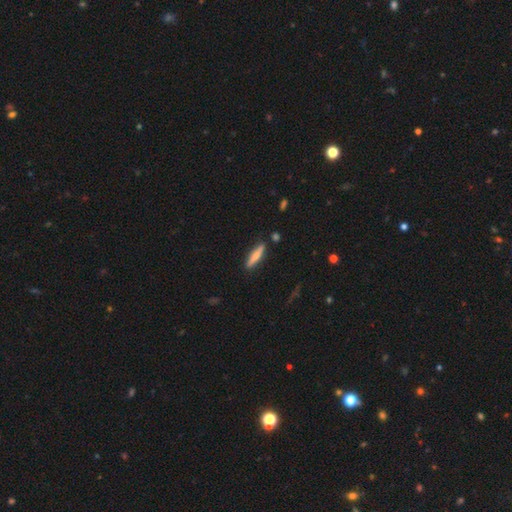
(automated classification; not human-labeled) Morphology: type=smooth (64%); roundness=cigar-shaped (85%); merging=none (85%).